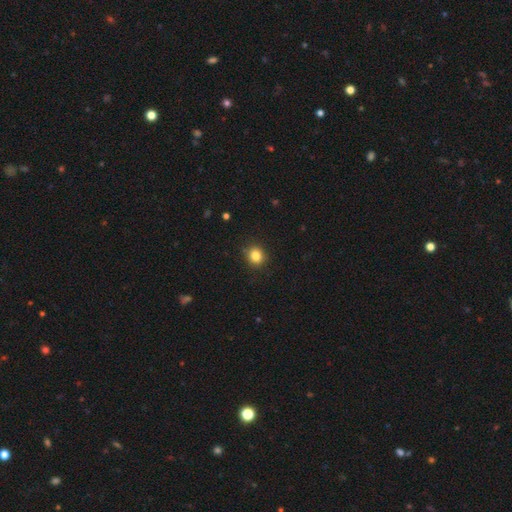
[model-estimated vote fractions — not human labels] Smooth or featured? smooth (84%)
How rounded? round (79%)
Merging? none (87%)